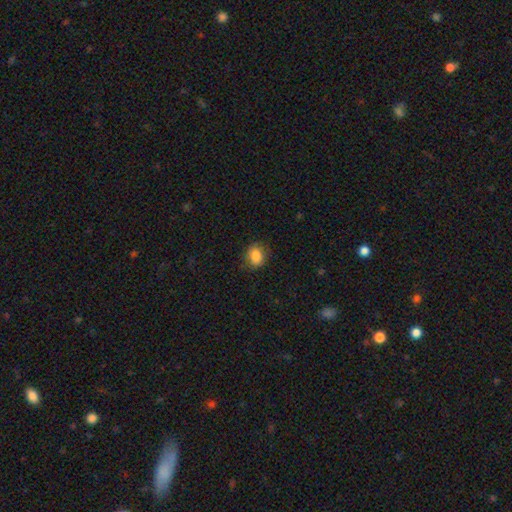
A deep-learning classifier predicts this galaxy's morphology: This is clearly a smooth galaxy (84%). How rounded: possibly in between (53%). Merging: clearly none (81%).